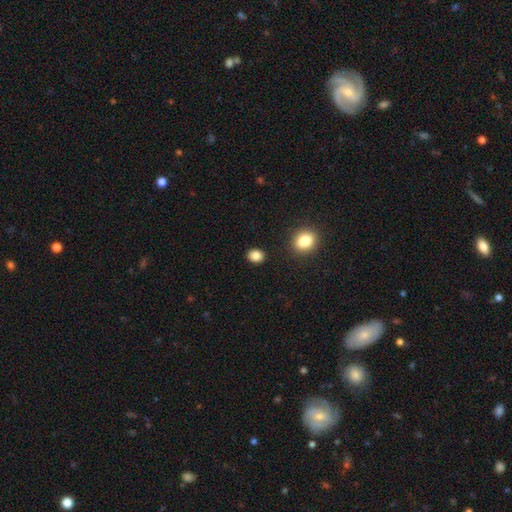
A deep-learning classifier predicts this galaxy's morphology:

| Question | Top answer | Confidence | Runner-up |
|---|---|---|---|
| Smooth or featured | smooth | 85% | star or artifact (11%) |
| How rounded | round | 55% | in between (44%) |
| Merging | none | 88% | minor disturbance (7%) |